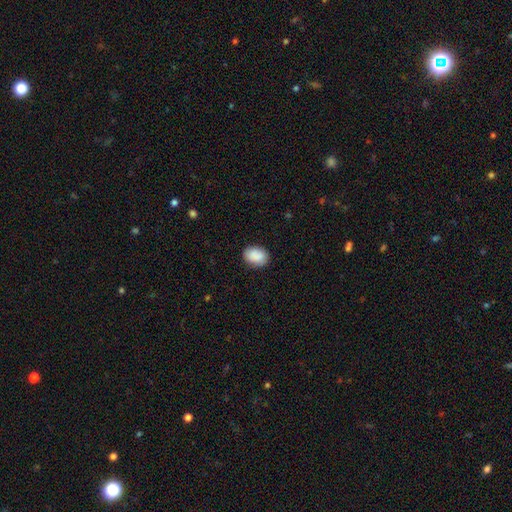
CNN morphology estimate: Smooth or featured?
  - smooth: 89% *
  - star or artifact: 7%
  - featured or disk: 4%
How rounded?
  - in between: 74% *
  - round: 25%
  - cigar-shaped: 1%
Merging?
  - none: 85% *
  - minor disturbance: 12%
  - major disturbance: 3%
  - merger: 1%